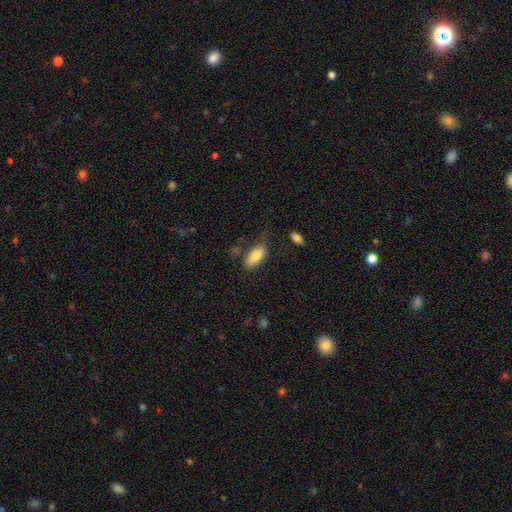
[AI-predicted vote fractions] Q: Smooth or featured?
A: smooth (81%); runner-up: featured or disk (12%)
Q: How rounded?
A: in between (88%); runner-up: cigar-shaped (10%)
Q: Merging?
A: none (64%); runner-up: minor disturbance (24%)